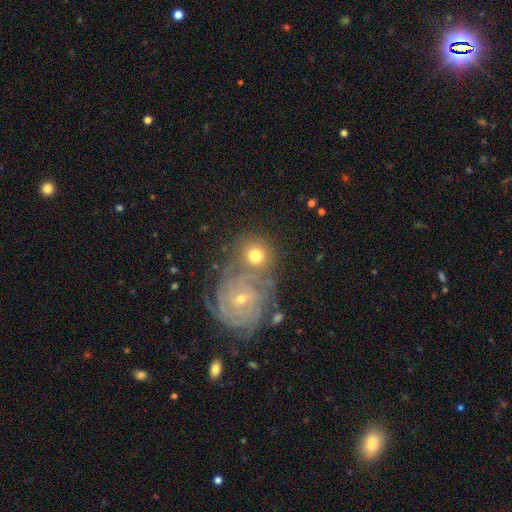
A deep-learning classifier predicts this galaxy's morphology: Smooth or featured? Predicted: featured or disk (p=0.48). Merging? Predicted: none (p=0.57).